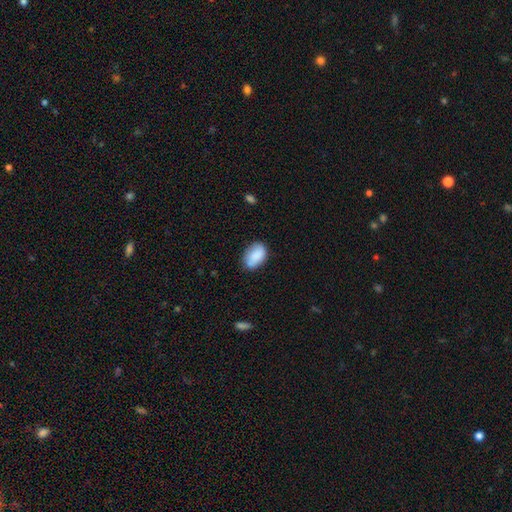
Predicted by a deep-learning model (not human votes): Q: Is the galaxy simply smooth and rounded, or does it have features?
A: smooth — 87%.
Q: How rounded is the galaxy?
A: in between — 87%.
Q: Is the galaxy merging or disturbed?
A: none — 72%.